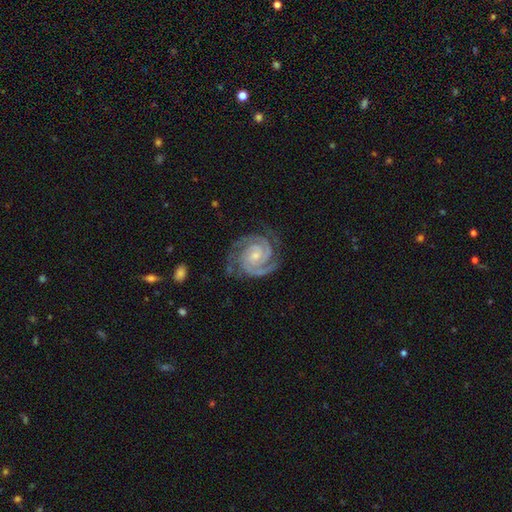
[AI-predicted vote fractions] Smooth or featured? featured or disk (93%)
Edge-on disk? no (98%)
Bar? no (60%)
Spiral arms? yes (99%)
Spiral winding? tight (76%)
Spiral arm count? 2 (70%)
Bulge size? small (59%)
Merging? none (78%)